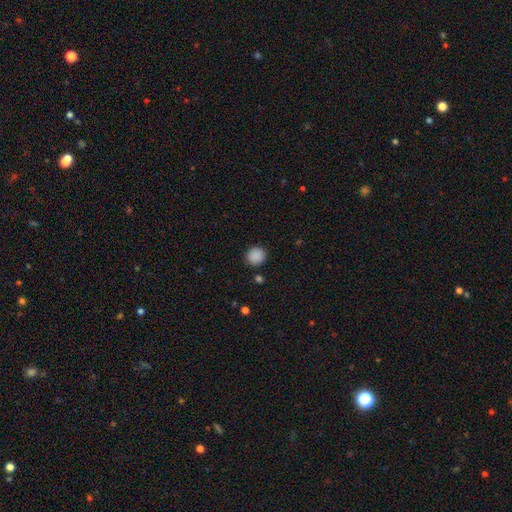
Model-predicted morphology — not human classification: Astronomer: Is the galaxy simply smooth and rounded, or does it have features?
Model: smooth — 88%.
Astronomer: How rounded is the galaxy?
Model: round — 88%.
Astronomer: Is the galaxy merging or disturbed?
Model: none — 89%.